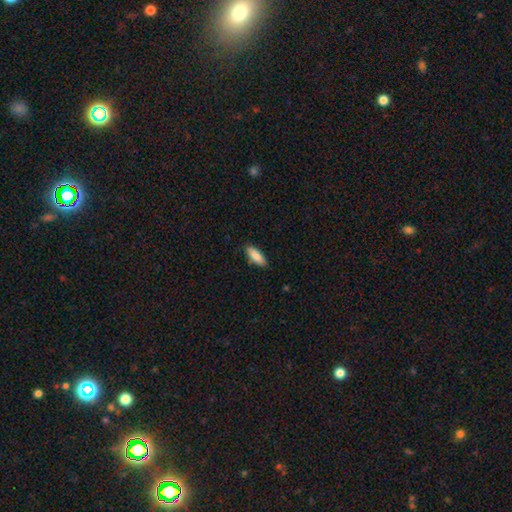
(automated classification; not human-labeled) Q: Smooth or featured?
A: smooth (84%); runner-up: featured or disk (10%)
Q: How rounded?
A: in between (68%); runner-up: cigar-shaped (31%)
Q: Merging?
A: none (86%); runner-up: minor disturbance (11%)